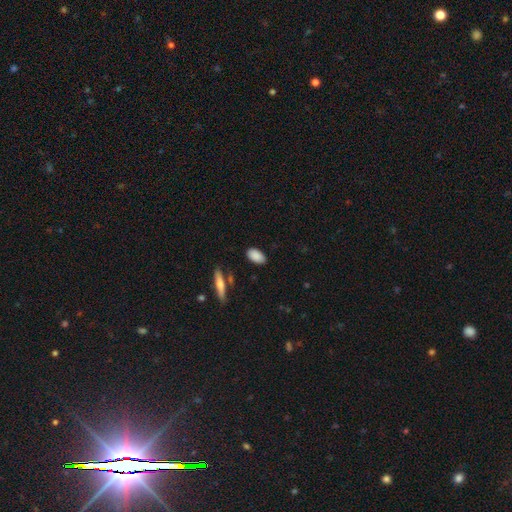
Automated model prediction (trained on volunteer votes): Smooth or featured?
  - smooth: 88% *
  - star or artifact: 6%
  - featured or disk: 6%
How rounded?
  - in between: 92% *
  - cigar-shaped: 4%
  - round: 4%
Merging?
  - none: 84% *
  - minor disturbance: 11%
  - major disturbance: 2%
  - merger: 2%